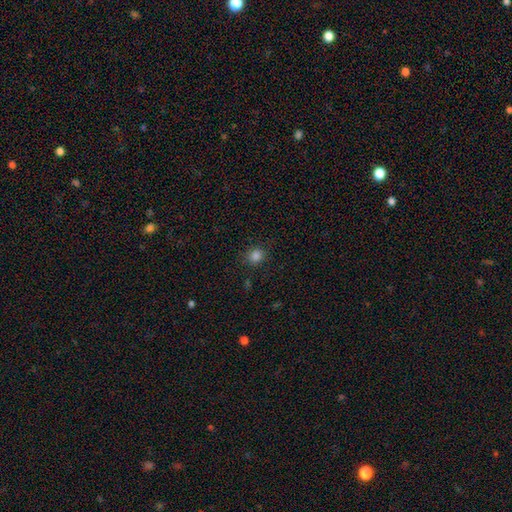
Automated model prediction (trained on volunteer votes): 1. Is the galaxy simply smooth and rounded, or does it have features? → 83% smooth, 13% star or artifact, 4% featured or disk.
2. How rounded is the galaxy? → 83% round, 16% in between, 1% cigar-shaped.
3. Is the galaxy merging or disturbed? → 86% none, 9% minor disturbance, 3% major disturbance, 1% merger.